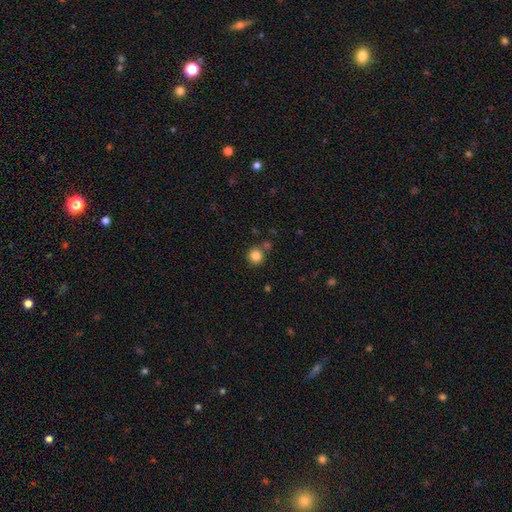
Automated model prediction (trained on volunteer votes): smooth_or_featured: smooth (p=0.83) [alt: star or artifact p=0.12]
how_rounded: round (p=0.94) [alt: in between p=0.05]
merging: none (p=0.78) [alt: merger p=0.10]